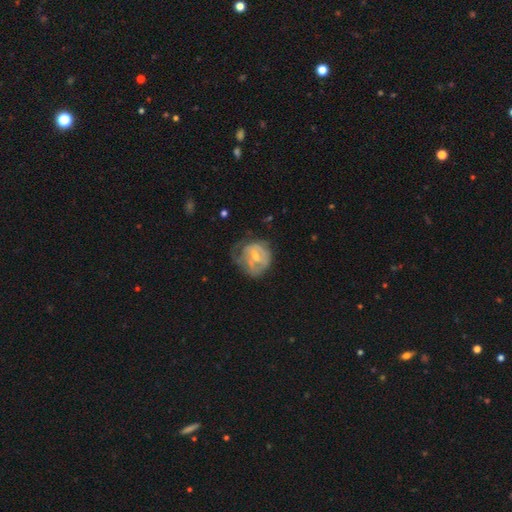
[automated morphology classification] Smooth or featured? Predicted: featured or disk (p=0.60). Edge-on disk? Predicted: no (p=0.97). Bar? Predicted: weak (p=0.46). Spiral arms? Predicted: yes (p=0.58). Bulge size? Predicted: small (p=0.49). Merging? Predicted: none (p=0.42).